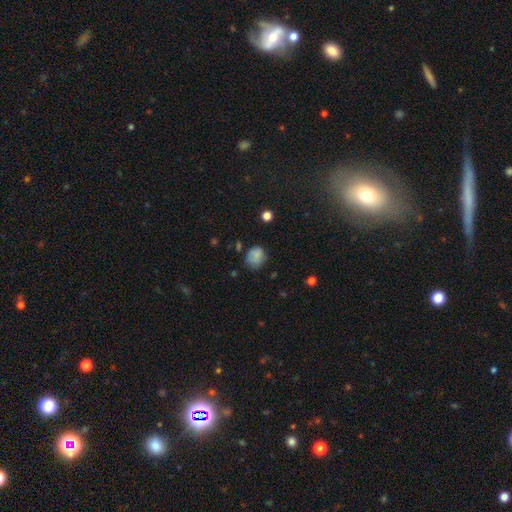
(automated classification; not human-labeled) Overall: smooth (79%). How rounded: round (57%; in between 42%). Merging: none (62%; minor disturbance 27%).